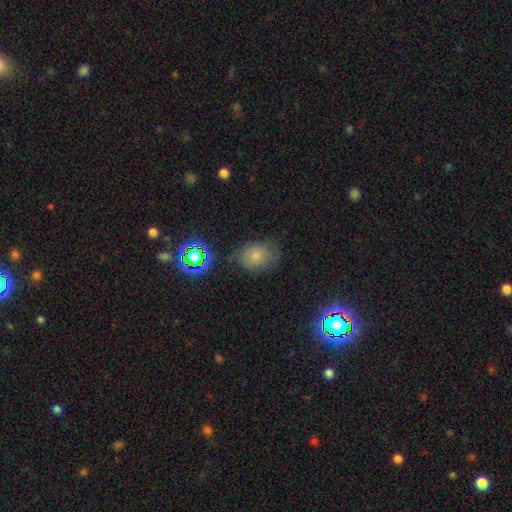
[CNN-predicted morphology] Smooth or featured?
  - smooth: 65% *
  - star or artifact: 19%
  - featured or disk: 16%
How rounded?
  - in between: 66% *
  - round: 33%
  - cigar-shaped: 1%
Merging?
  - none: 67% *
  - minor disturbance: 23%
  - major disturbance: 7%
  - merger: 3%